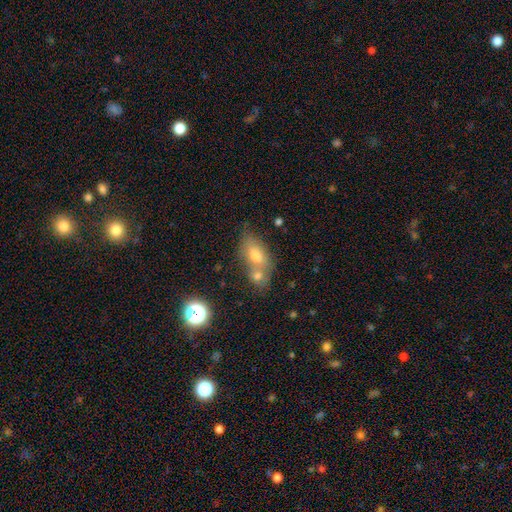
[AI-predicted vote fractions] Smooth or featured? smooth (68%)
How rounded? in between (82%)
Merging? merger (42%)